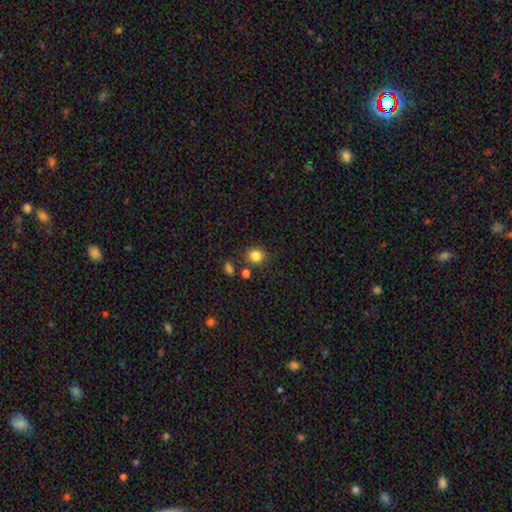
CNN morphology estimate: A smooth galaxy with no disk features (84%) that is round (80%). Merging: none (79%).